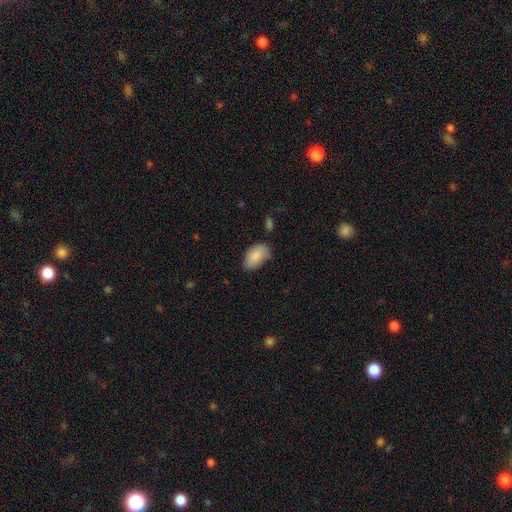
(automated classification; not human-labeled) Q: Smooth or featured?
A: smooth (87%); runner-up: featured or disk (7%)
Q: How rounded?
A: in between (93%); runner-up: round (5%)
Q: Merging?
A: none (69%); runner-up: minor disturbance (24%)